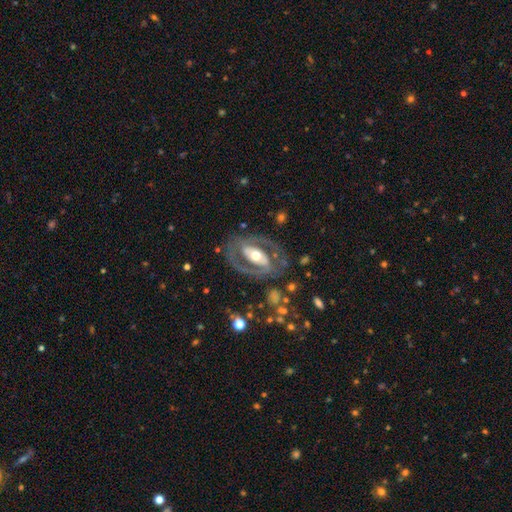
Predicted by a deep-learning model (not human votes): Smooth or featured?
  - featured or disk: 80% *
  - smooth: 15%
  - star or artifact: 5%
Edge-on disk?
  - no: 94% *
  - yes: 6%
Bar?
  - strong: 39% *
  - no: 36%
  - weak: 26%
Spiral arms?
  - yes: 68% *
  - no: 32%
Spiral winding?
  - medium: 46% *
  - tight: 36%
  - loose: 18%
Spiral arm count?
  - 2: 83% *
  - can't tell: 8%
  - 1: 6%
  - 3: 1%
  - 4: 1%
  - more than 4: 1%
Bulge size?
  - moderate: 66% *
  - large: 19%
  - small: 12%
  - dominant: 2%
  - none: 1%
Merging?
  - none: 73% *
  - minor disturbance: 14%
  - major disturbance: 11%
  - merger: 2%